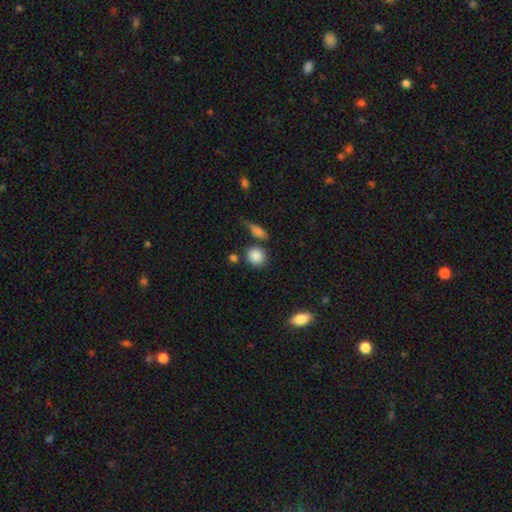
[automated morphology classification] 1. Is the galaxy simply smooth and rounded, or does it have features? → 86% smooth, 9% star or artifact, 6% featured or disk.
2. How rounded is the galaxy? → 81% round, 17% in between, 2% cigar-shaped.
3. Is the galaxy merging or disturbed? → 72% none, 13% minor disturbance, 11% merger, 5% major disturbance.